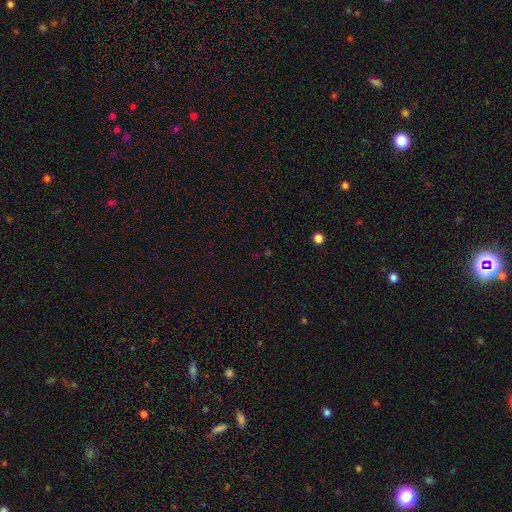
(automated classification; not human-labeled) A star or artifact, not a galaxy (61%).